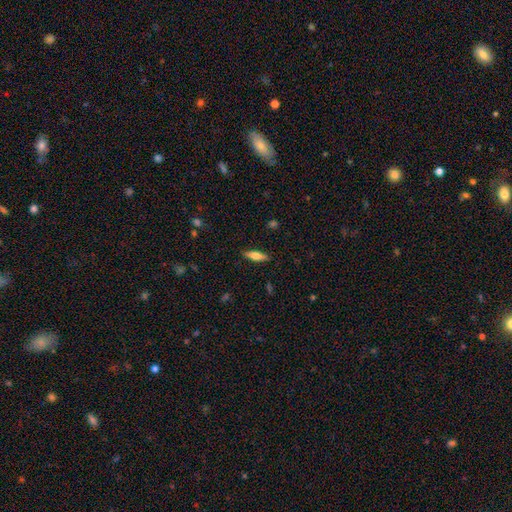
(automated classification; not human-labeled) A smooth galaxy with no disk features (63%) that is cigar-shaped (58%).

Vote fractions:
- Smooth or featured? smooth: 63% / featured or disk: 30% / star or artifact: 7%
- How rounded? cigar-shaped: 58% / in between: 40% / round: 2%
- Merging? none: 88% / minor disturbance: 9% / major disturbance: 2% / merger: 1%